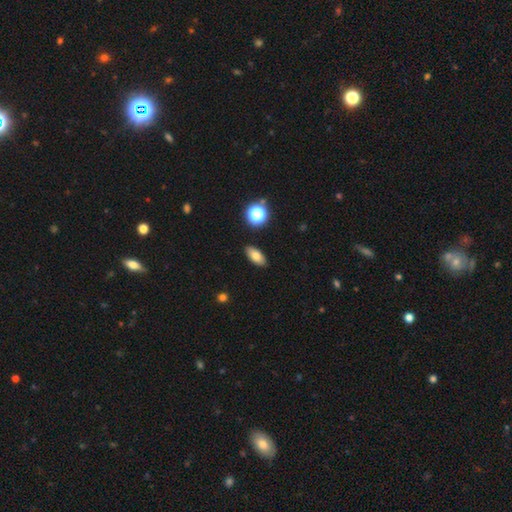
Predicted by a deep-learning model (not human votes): smooth_or_featured: smooth (p=0.77) [alt: featured or disk p=0.13]
how_rounded: in between (p=0.86) [alt: cigar-shaped p=0.08]
merging: none (p=0.89) [alt: minor disturbance p=0.08]